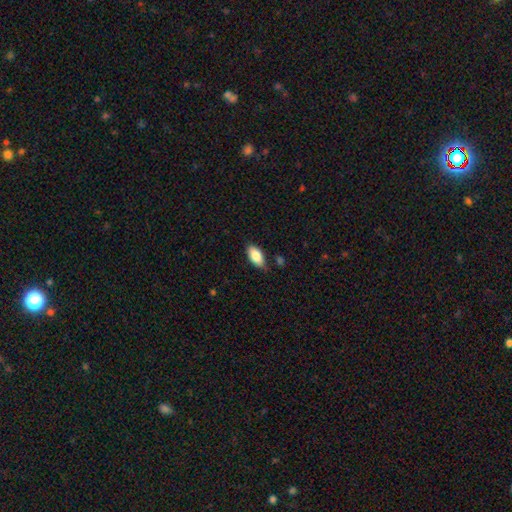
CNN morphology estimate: Q: Smooth or featured?
A: smooth (84%); runner-up: featured or disk (9%)
Q: How rounded?
A: in between (92%); runner-up: cigar-shaped (5%)
Q: Merging?
A: none (78%); runner-up: minor disturbance (17%)